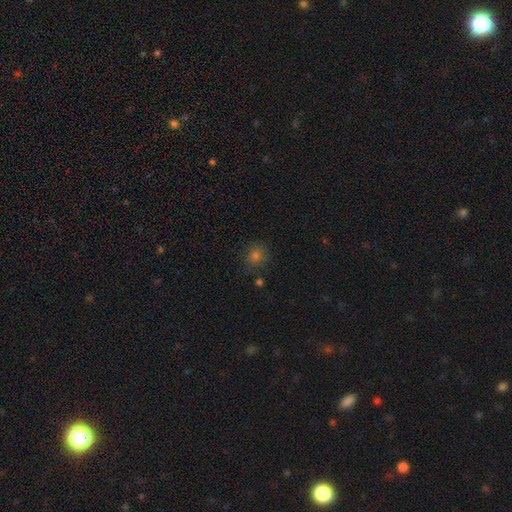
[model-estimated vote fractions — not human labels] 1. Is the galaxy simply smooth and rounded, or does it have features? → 71% smooth, 22% star or artifact, 7% featured or disk.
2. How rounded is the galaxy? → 86% round, 13% in between, 1% cigar-shaped.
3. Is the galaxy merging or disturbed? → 84% none, 10% minor disturbance, 3% merger, 3% major disturbance.